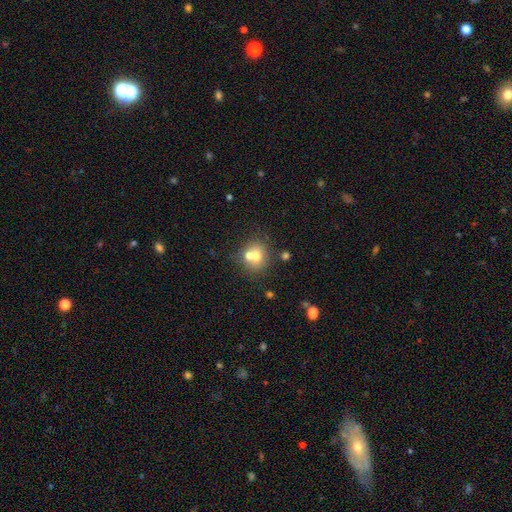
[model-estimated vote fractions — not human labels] smooth-or-featured: smooth: 67% | featured or disk: 21% | star or artifact: 12%
  how-rounded: round: 80% | in between: 19% | cigar-shaped: 1%
  merging: none: 45% | merger: 44% | minor disturbance: 8% | major disturbance: 3%